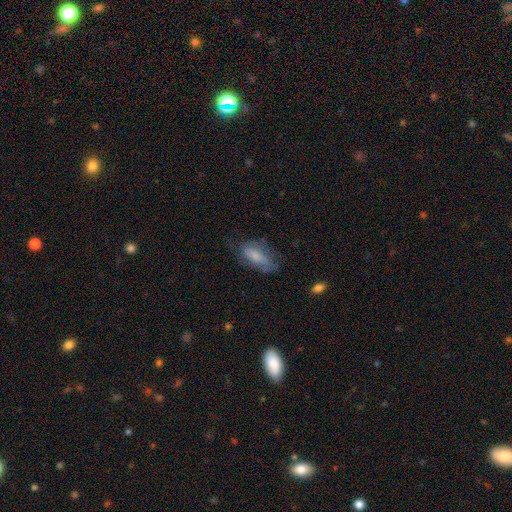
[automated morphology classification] type=smooth (61%); roundness=in between (85%); merging=none (53%).